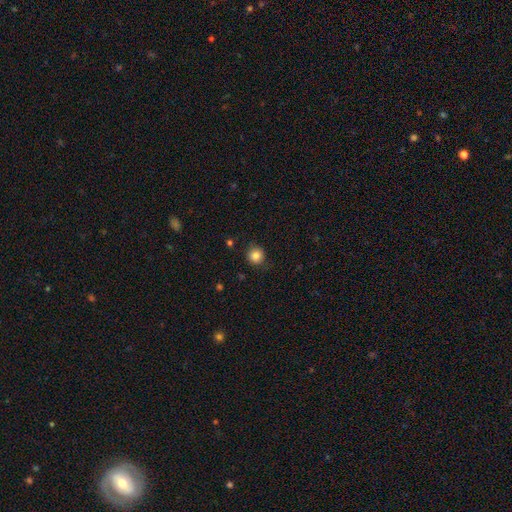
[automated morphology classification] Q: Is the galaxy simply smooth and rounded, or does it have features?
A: smooth — 84%.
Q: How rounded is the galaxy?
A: round — 93%.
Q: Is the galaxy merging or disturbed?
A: none — 85%.